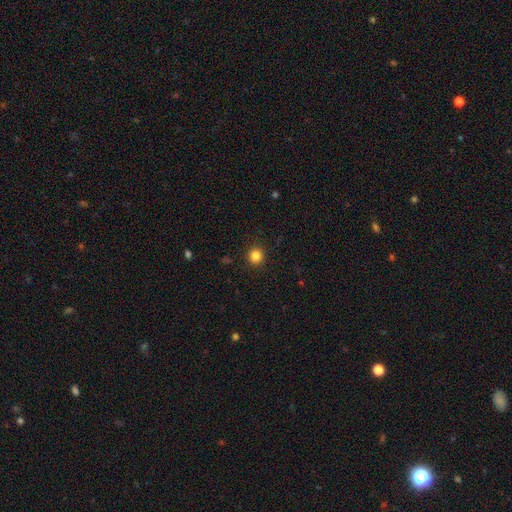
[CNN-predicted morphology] The model was most divided on "smooth or featured": smooth: 84%, star or artifact: 12%, featured or disk: 4%. More confident: how rounded — round (92%); merging — none (92%).